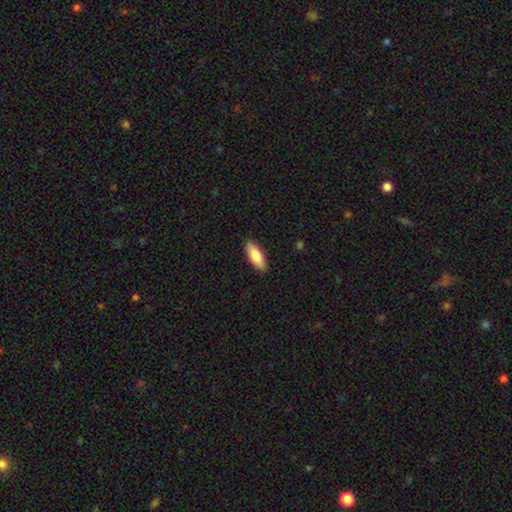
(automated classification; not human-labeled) smooth 83%, featured or disk 12%, star or artifact 5%. Down the decision tree: how rounded — in between (69%); merging — none (89%).